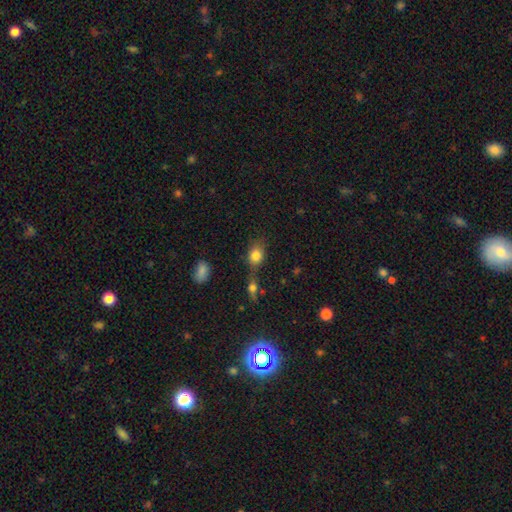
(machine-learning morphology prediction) smooth 81%, star or artifact 10%, featured or disk 9%. Down the decision tree: how rounded — in between (51%); merging — none (49%).